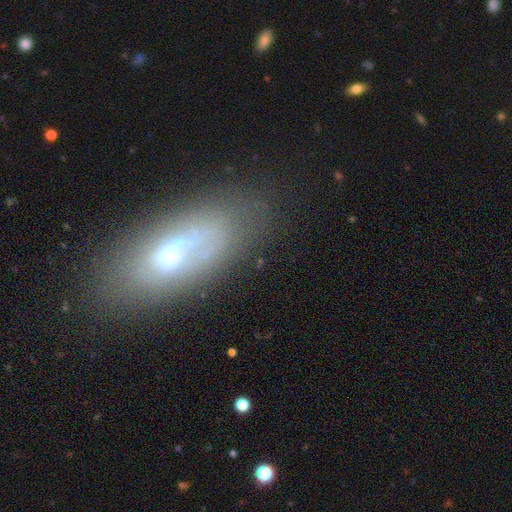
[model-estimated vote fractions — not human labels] The model was most divided on "smooth or featured": featured or disk: 48%, smooth: 40%, star or artifact: 12%. More confident: merging — none (72%).